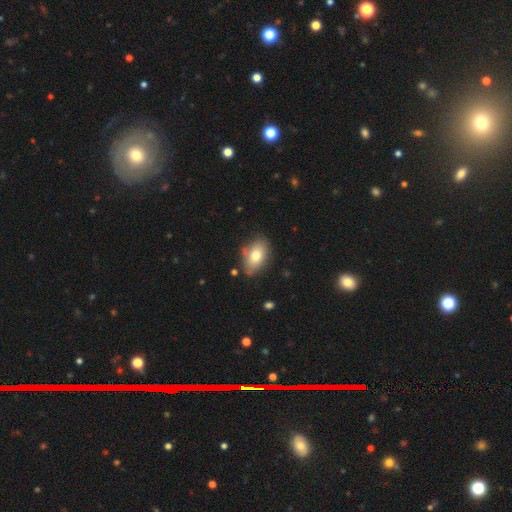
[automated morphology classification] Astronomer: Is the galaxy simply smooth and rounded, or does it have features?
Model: smooth — 75%.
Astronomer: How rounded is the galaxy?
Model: in between — 87%.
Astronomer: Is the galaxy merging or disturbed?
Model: none — 72%.